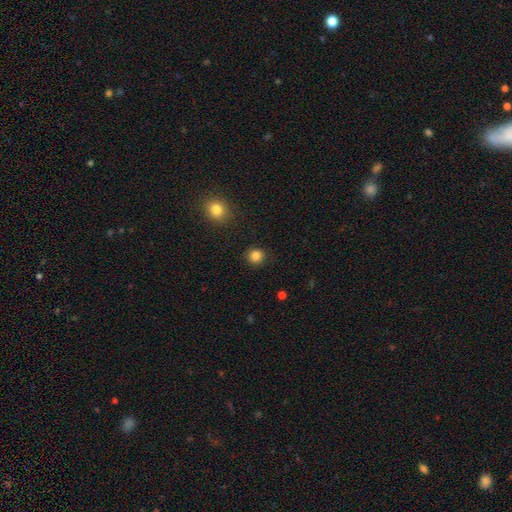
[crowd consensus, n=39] Smooth or featured: smooth — 95% (star or artifact — 5%)
How rounded: round — 100%
Merging: none — 92% (minor disturbance — 3%)